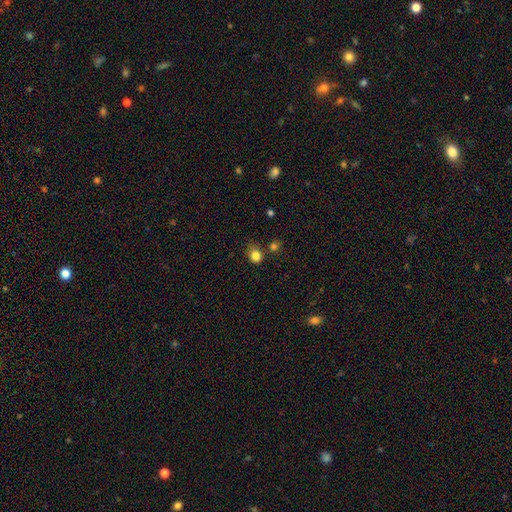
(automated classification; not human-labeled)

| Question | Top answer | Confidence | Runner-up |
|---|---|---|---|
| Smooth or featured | smooth | 82% | star or artifact (12%) |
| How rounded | round | 67% | in between (32%) |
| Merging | none | 53% | minor disturbance (28%) |